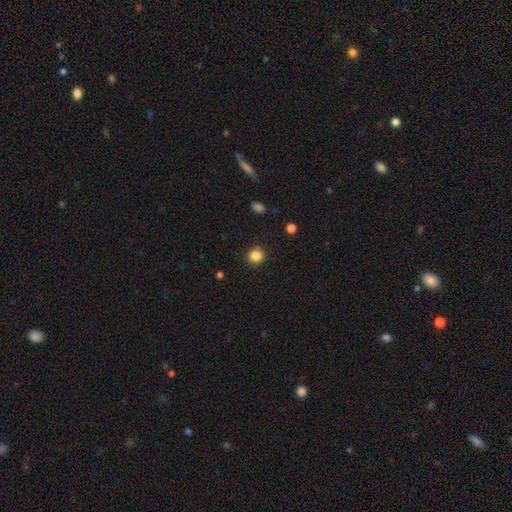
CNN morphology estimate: Overall: smooth (85%). How rounded: round (90%). Merging: none (90%).